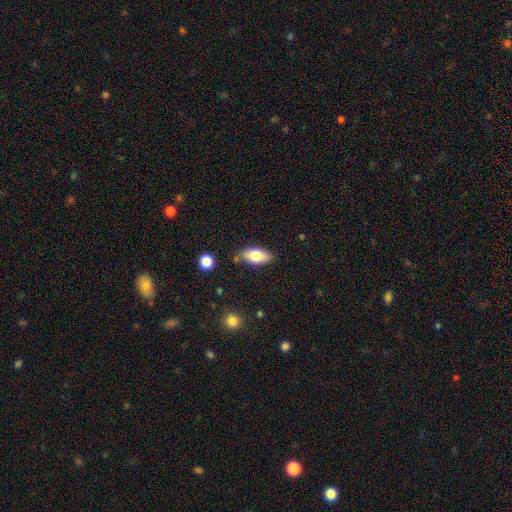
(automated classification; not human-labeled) Smooth or featured? Predicted: smooth (p=0.74). How rounded? Predicted: in between (p=0.87). Merging? Predicted: none (p=0.79).